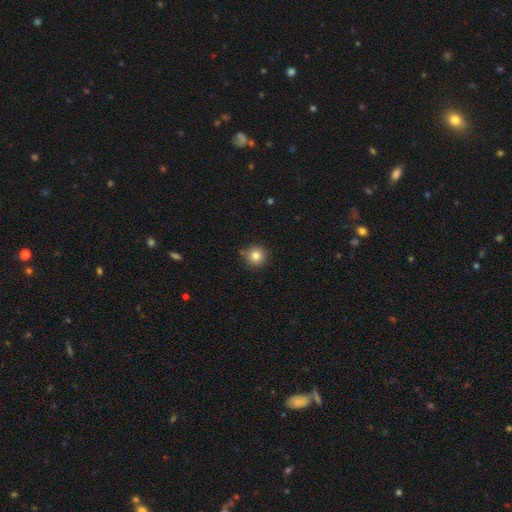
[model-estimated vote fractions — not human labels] A smooth galaxy with no disk features (83%) that is round (94%).

Vote fractions:
- Smooth or featured? smooth: 83% / star or artifact: 11% / featured or disk: 6%
- How rounded? round: 94% / in between: 5% / cigar-shaped: 1%
- Merging? none: 83% / minor disturbance: 12% / merger: 3% / major disturbance: 2%